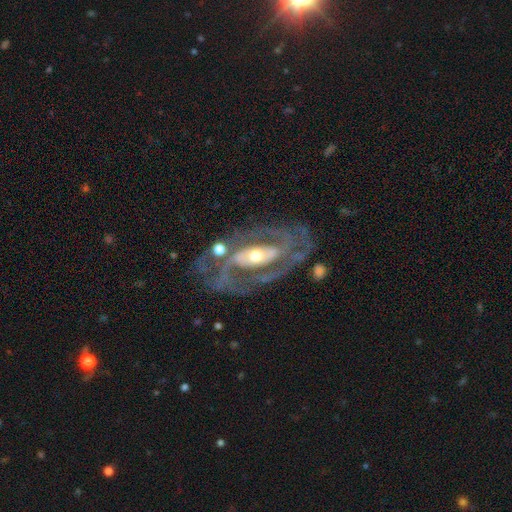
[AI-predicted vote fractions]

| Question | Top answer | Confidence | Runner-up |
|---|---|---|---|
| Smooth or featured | featured or disk | 88% | smooth (7%) |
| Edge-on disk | no | 94% | yes (6%) |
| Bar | strong | 37% | no (36%) |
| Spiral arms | yes | 88% | no (12%) |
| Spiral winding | tight | 48% | medium (40%) |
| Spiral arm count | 2 | 69% | can't tell (14%) |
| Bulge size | moderate | 55% | small (36%) |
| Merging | none | 68% | minor disturbance (16%) |